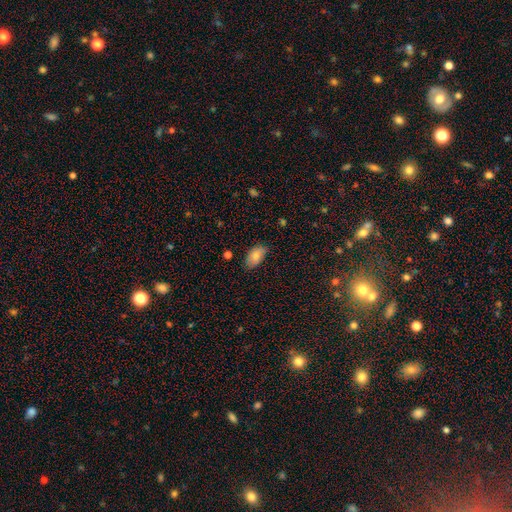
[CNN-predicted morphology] type=smooth (78%); roundness=in between (94%); merging=none (75%).